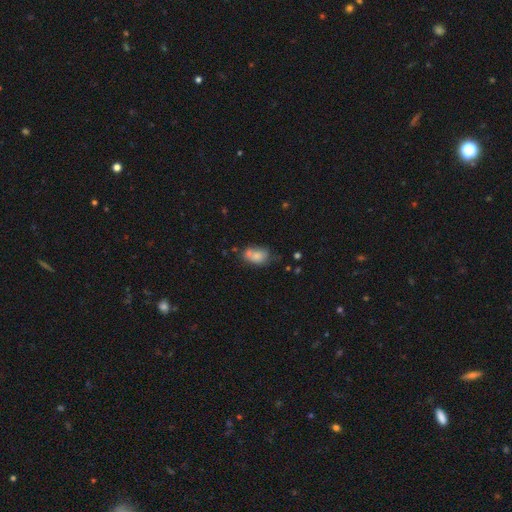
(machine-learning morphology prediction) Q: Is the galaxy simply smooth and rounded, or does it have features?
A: smooth — 75%.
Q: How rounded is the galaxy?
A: in between — 82%.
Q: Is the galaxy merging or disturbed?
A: none — 40%.